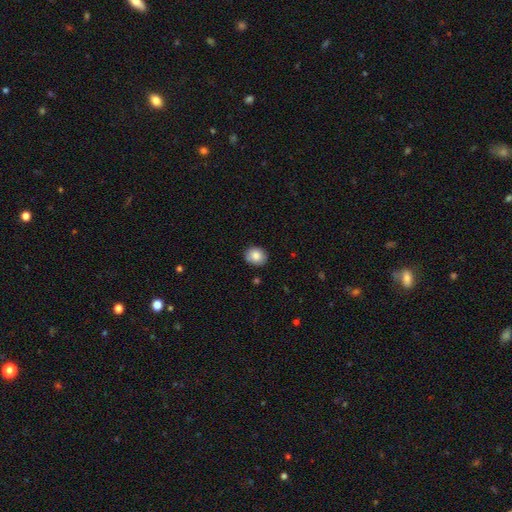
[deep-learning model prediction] Smooth or featured? smooth (84%)
How rounded? round (60%)
Merging? none (84%)